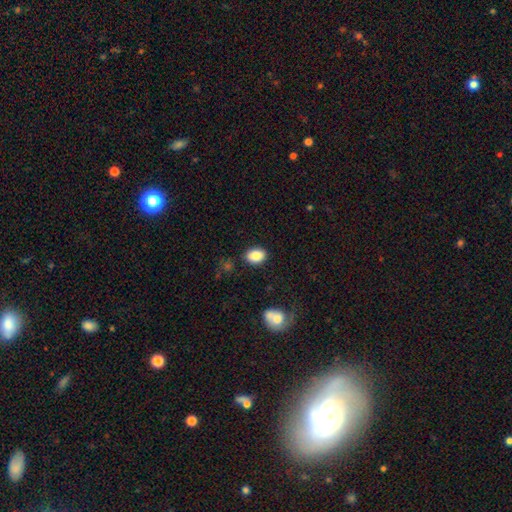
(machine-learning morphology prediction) Smooth or featured? smooth (86%)
How rounded? in between (74%)
Merging? none (85%)